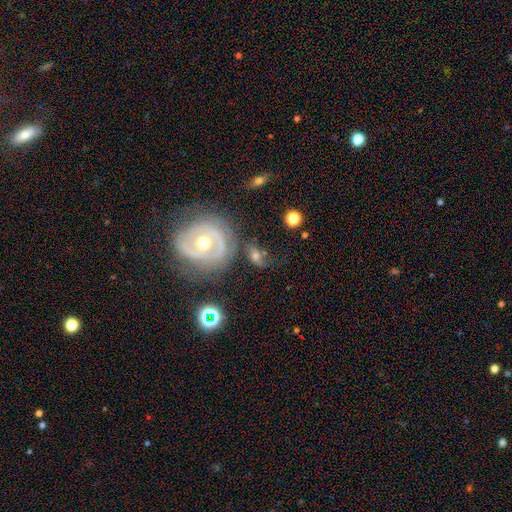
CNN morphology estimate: This appears to be a smooth galaxy with no disk features (44%, tied with featured or disk). Merging: none (50%).